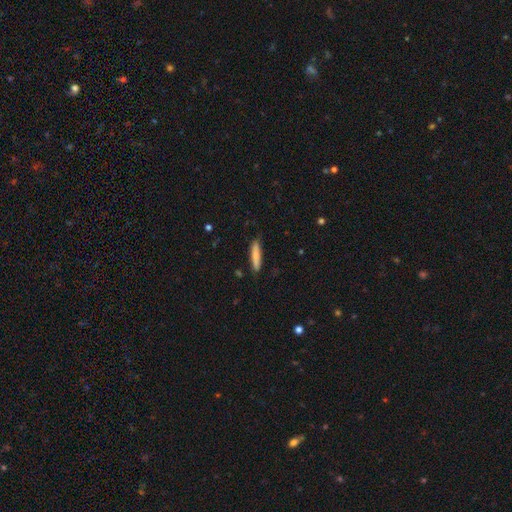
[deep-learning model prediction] smooth-or-featured: smooth: 80% | featured or disk: 14% | star or artifact: 6%
  how-rounded: cigar-shaped: 87% | in between: 11% | round: 1%
  merging: none: 85% | minor disturbance: 12% | major disturbance: 2% | merger: 1%